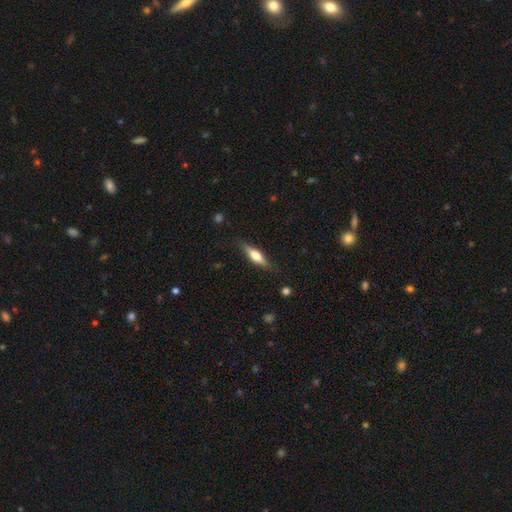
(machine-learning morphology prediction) Overall: smooth (48%; featured or disk 46%). Merging: none (82%).